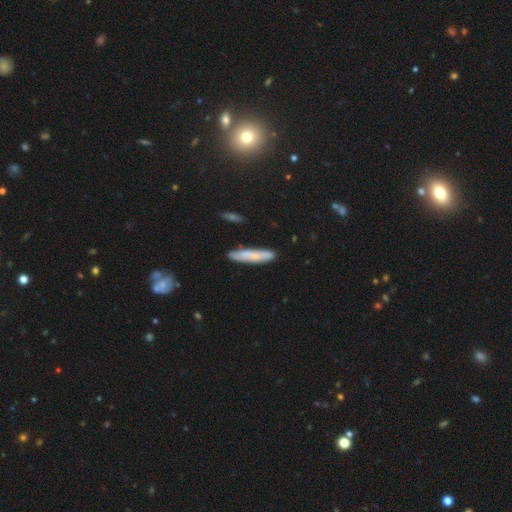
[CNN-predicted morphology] Smooth or featured? smooth (69%)
How rounded? cigar-shaped (89%)
Merging? none (84%)